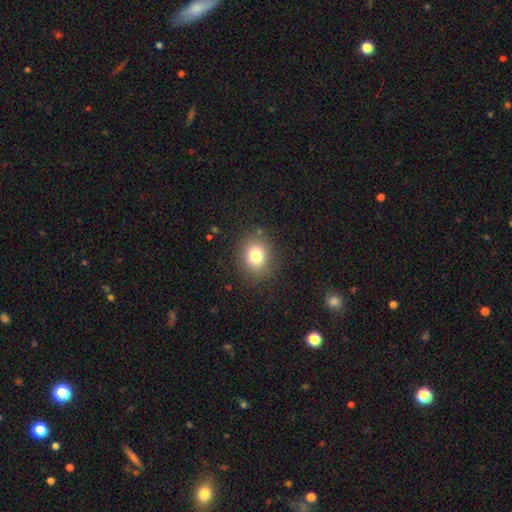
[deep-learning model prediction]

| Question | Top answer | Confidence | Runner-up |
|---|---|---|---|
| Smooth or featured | smooth | 78% | star or artifact (12%) |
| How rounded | round | 65% | in between (34%) |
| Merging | none | 85% | minor disturbance (10%) |